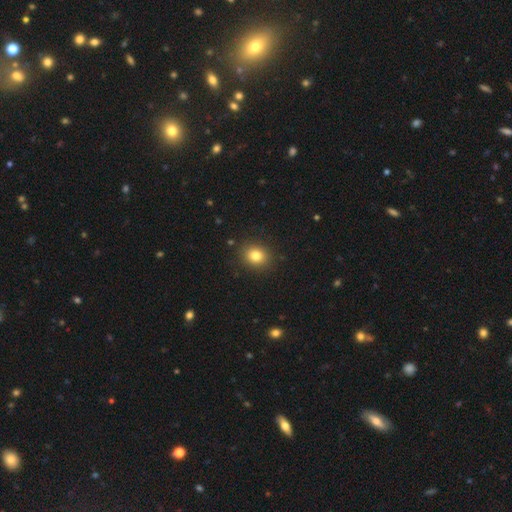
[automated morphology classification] The model was most divided on "how rounded": round: 66%, in between: 34%, cigar-shaped: 1%. More confident: merging — none (89%); smooth or featured — smooth (82%).